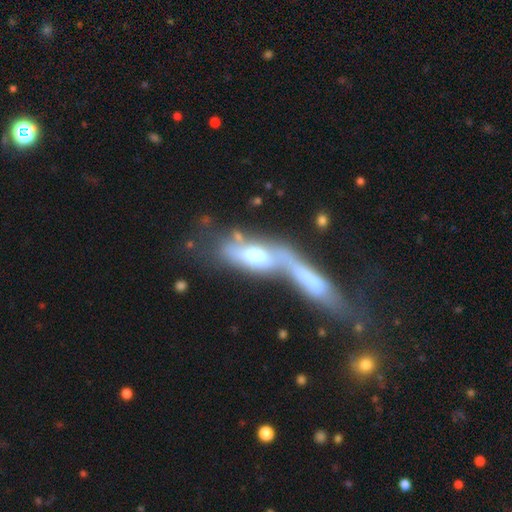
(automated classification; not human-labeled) Q: Smooth or featured?
A: featured or disk (53%); runner-up: smooth (38%)
Q: Edge-on disk?
A: no (60%); runner-up: yes (40%)
Q: Merging?
A: merger (65%); runner-up: none (16%)